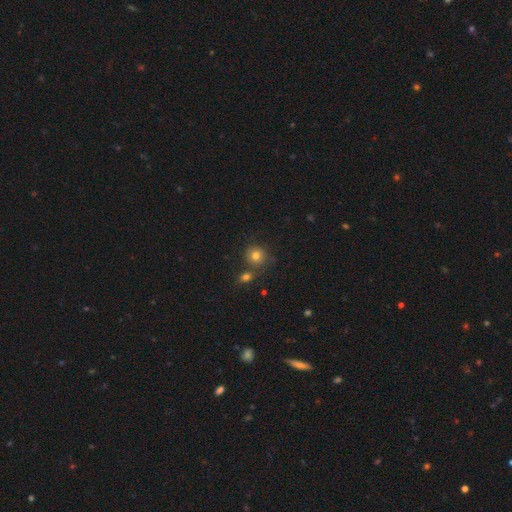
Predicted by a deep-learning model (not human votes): Q: Smooth or featured?
A: smooth (77%); runner-up: star or artifact (13%)
Q: How rounded?
A: round (88%); runner-up: in between (11%)
Q: Merging?
A: none (70%); runner-up: merger (16%)